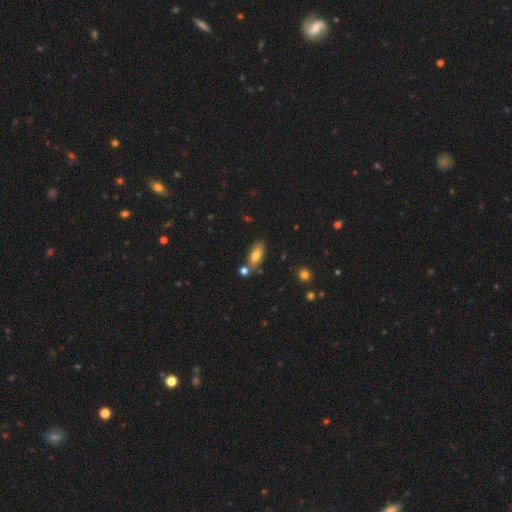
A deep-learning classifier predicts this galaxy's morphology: A smooth galaxy with no disk features (71%) that is in between round and cigar-shaped (77%). Merging: none (69%).